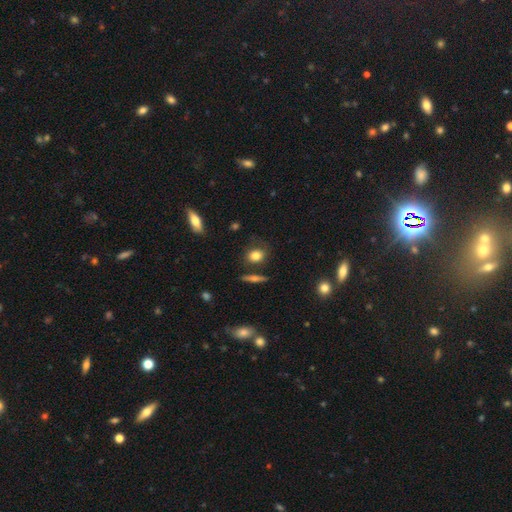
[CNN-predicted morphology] A smooth galaxy with no disk features (80%) that is round (52%).

Vote fractions:
- Smooth or featured? smooth: 80% / featured or disk: 11% / star or artifact: 9%
- How rounded? round: 52% / in between: 44% / cigar-shaped: 3%
- Merging? none: 73% / minor disturbance: 17% / major disturbance: 5% / merger: 5%